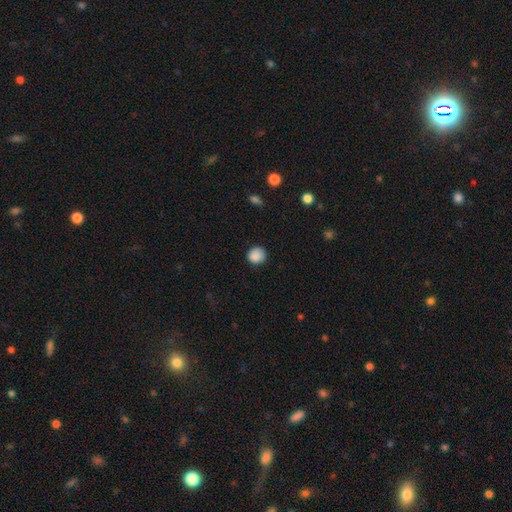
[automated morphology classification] A smooth galaxy with no disk features (88%) that is round (90%).

Vote fractions:
- Smooth or featured? smooth: 88% / star or artifact: 9% / featured or disk: 3%
- How rounded? round: 90% / in between: 9% / cigar-shaped: 1%
- Merging? none: 86% / minor disturbance: 11% / major disturbance: 3% / merger: 1%